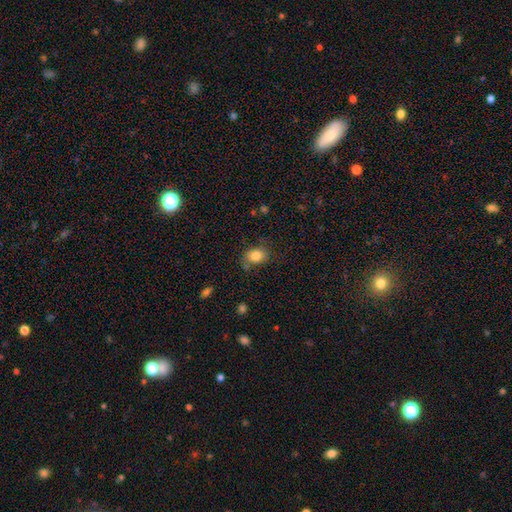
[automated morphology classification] type=smooth (83%); roundness=in between (58%); merging=none (63%).